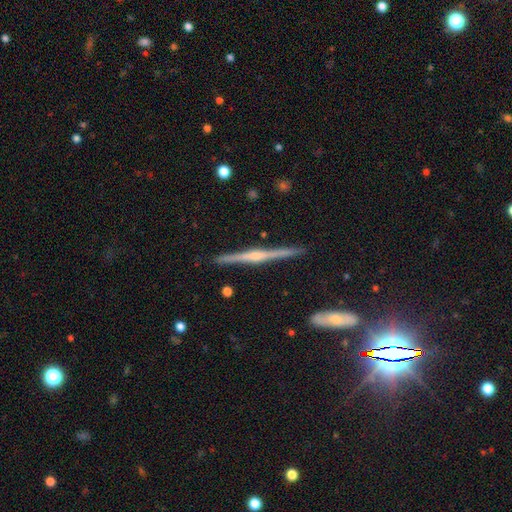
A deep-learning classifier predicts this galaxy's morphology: Smooth or featured: featured or disk — 84% (smooth — 11%)
Edge-on disk: yes — 99% (no — 1%)
Edge-on bulge: rounded — 79% (boxy — 10%)
Merging: none — 91% (minor disturbance — 6%)